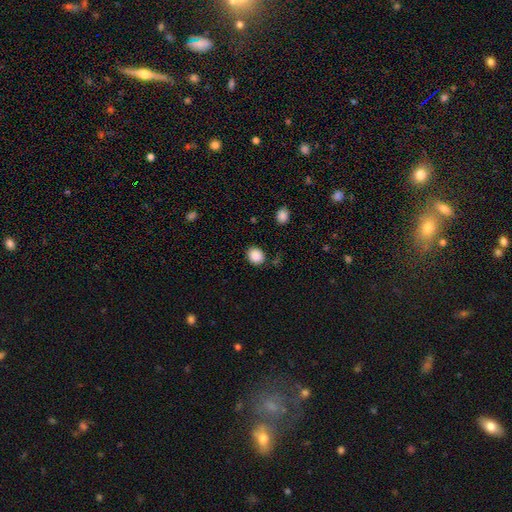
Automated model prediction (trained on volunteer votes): smooth 88%, star or artifact 9%, featured or disk 3%. Down the decision tree: how rounded — round (65%); merging — none (84%).